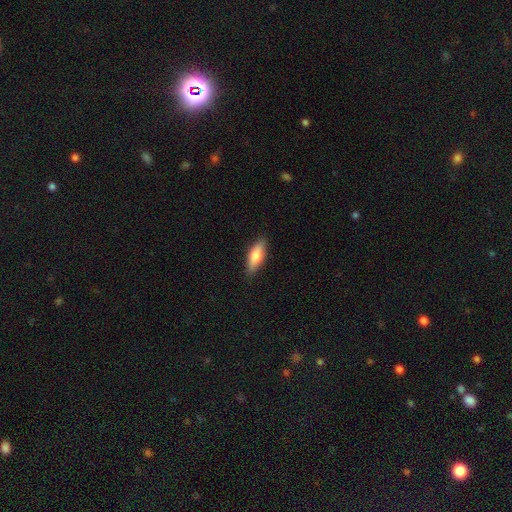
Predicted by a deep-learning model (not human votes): A smooth galaxy with no disk features (74%) that is in between round and cigar-shaped (68%).

Vote fractions:
- Smooth or featured? smooth: 74% / featured or disk: 21% / star or artifact: 6%
- How rounded? in between: 68% / cigar-shaped: 30% / round: 2%
- Merging? none: 86% / minor disturbance: 11% / major disturbance: 2% / merger: 1%